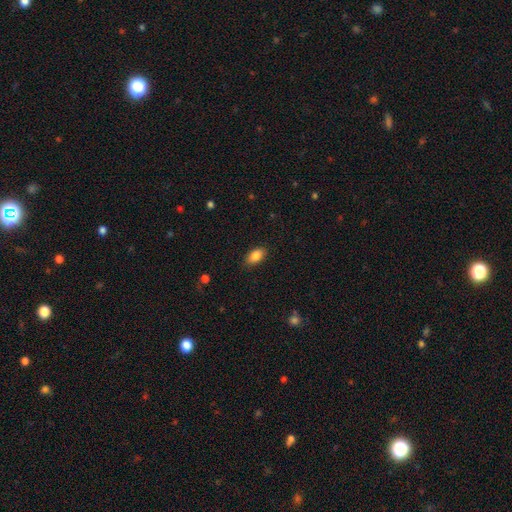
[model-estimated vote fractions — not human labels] Smooth or featured? smooth (86%)
How rounded? in between (91%)
Merging? none (86%)